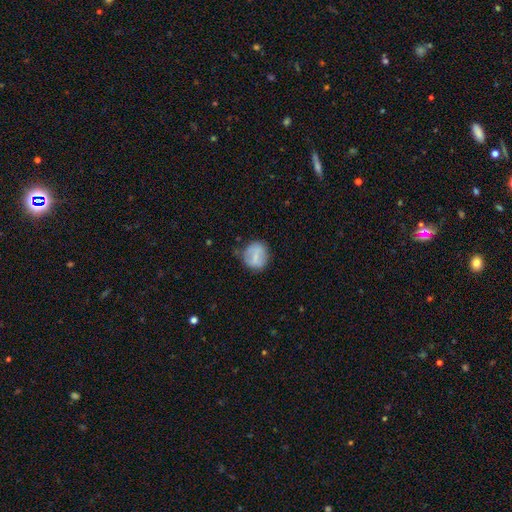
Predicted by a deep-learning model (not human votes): Q: Smooth or featured?
A: smooth (63%); runner-up: featured or disk (29%)
Q: How rounded?
A: round (77%); runner-up: in between (22%)
Q: Merging?
A: none (68%); runner-up: minor disturbance (22%)